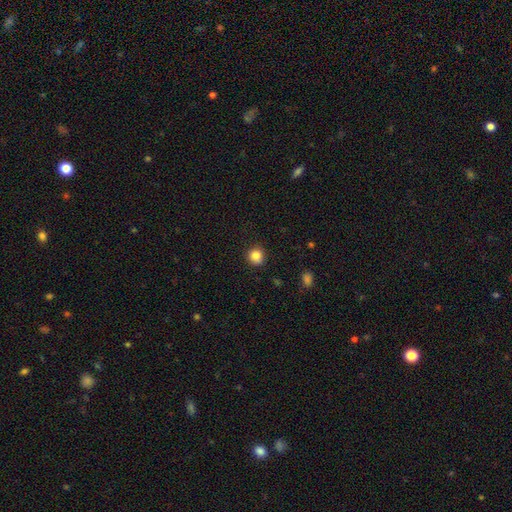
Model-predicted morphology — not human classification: type=smooth (84%); roundness=round (91%); merging=none (90%).